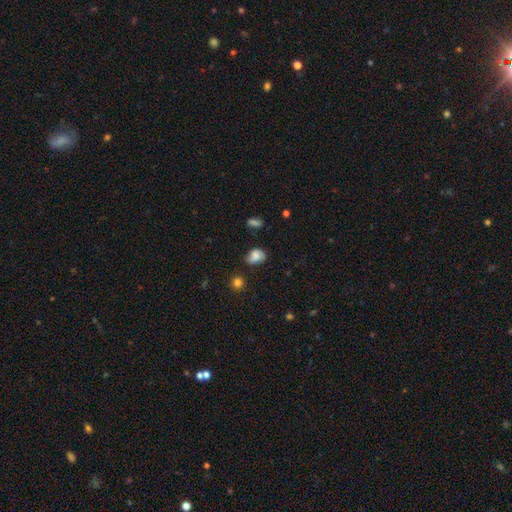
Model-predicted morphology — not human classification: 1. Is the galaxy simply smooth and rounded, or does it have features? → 69% smooth, 21% featured or disk, 11% star or artifact.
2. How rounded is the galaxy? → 73% in between, 26% round, 2% cigar-shaped.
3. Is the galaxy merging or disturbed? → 56% none, 31% minor disturbance, 10% major disturbance, 4% merger.